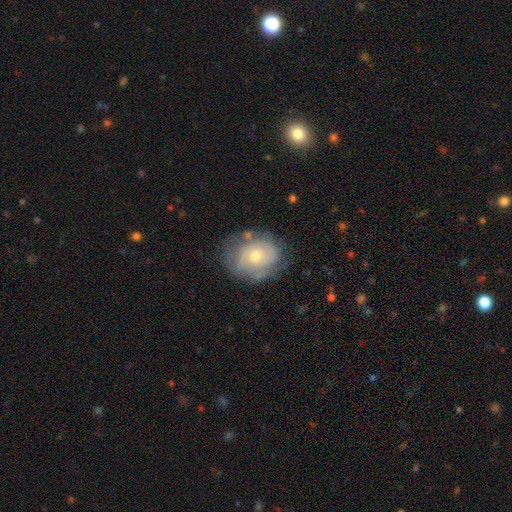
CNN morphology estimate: smooth_or_featured: featured or disk (p=0.57) [alt: smooth p=0.34]
disk_edge_on: no (p=0.96) [alt: yes p=0.04]
bar: no (p=0.80) [alt: weak p=0.17]
has_spiral_arms: yes (p=0.66) [alt: no p=0.34]
bulge_size: moderate (p=0.48) [tied with: small p=0.48]
merging: none (p=0.64) [alt: minor disturbance p=0.24]